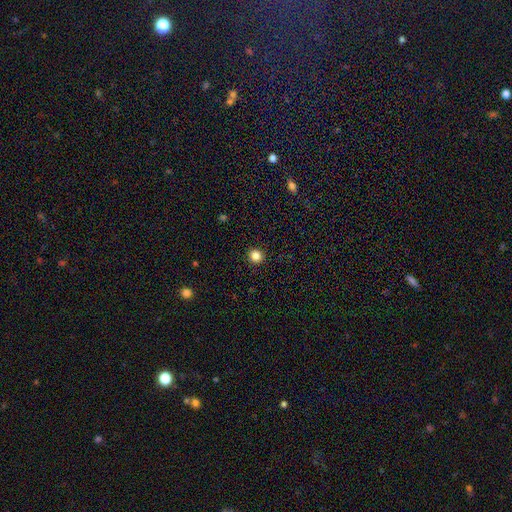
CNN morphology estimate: This appears to be a smooth galaxy with no disk features (85%) that is round (88%). Merging: none (92%).